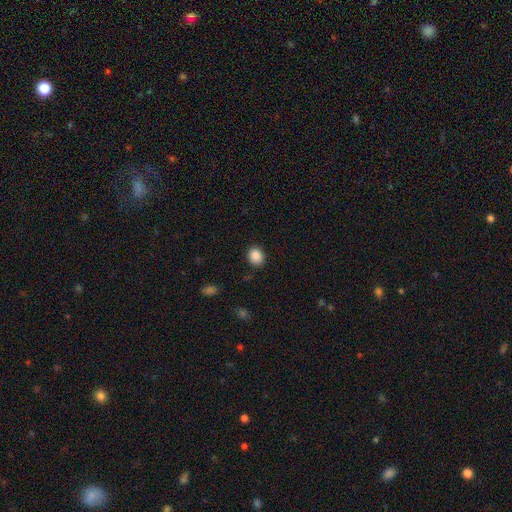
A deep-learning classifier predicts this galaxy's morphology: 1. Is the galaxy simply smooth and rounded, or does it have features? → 88% smooth, 9% star or artifact, 3% featured or disk.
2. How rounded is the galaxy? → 60% round, 39% in between, 1% cigar-shaped.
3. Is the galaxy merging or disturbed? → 87% none, 9% minor disturbance, 3% major disturbance, 1% merger.